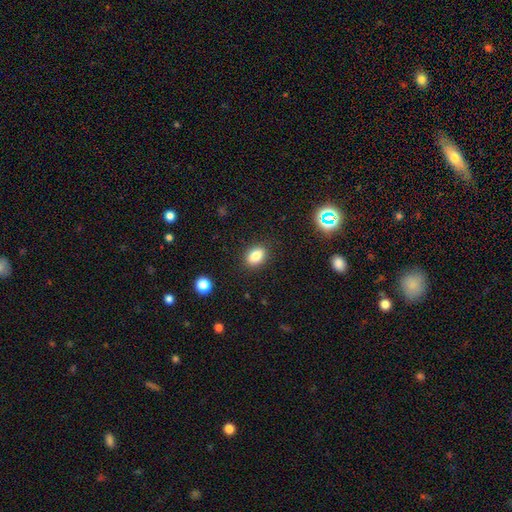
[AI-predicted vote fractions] A smooth galaxy with no disk features (83%) that is in between round and cigar-shaped (80%).

Vote fractions:
- Smooth or featured? smooth: 83% / star or artifact: 10% / featured or disk: 7%
- How rounded? in between: 80% / round: 18% / cigar-shaped: 2%
- Merging? none: 87% / minor disturbance: 9% / major disturbance: 2% / merger: 1%